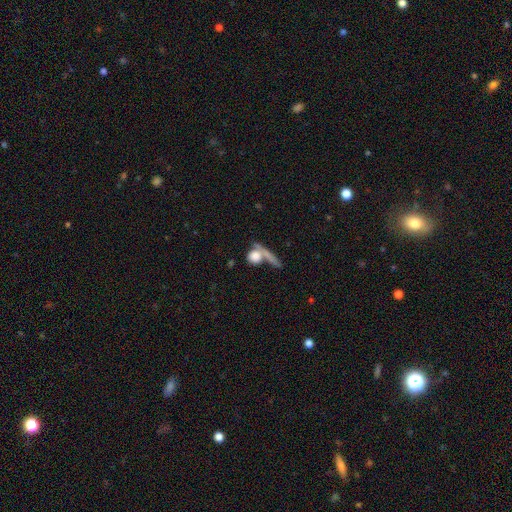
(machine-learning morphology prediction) This appears to be a smooth galaxy with no disk features (73%) that is round (69%). Merging: none (49%).